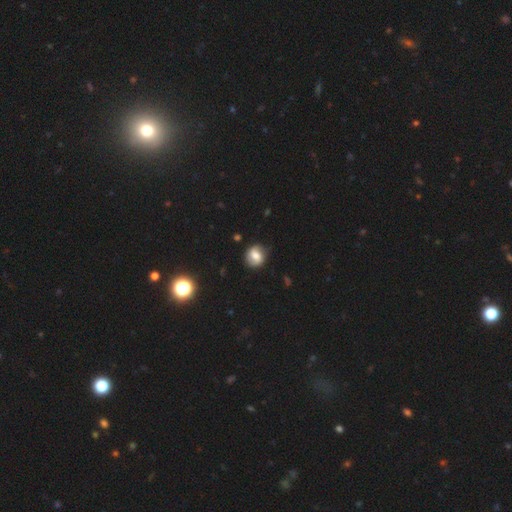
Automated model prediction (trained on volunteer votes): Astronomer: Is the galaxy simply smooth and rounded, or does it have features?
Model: smooth — 60%.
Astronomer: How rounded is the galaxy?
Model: round — 77%.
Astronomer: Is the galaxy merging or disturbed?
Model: none — 80%.